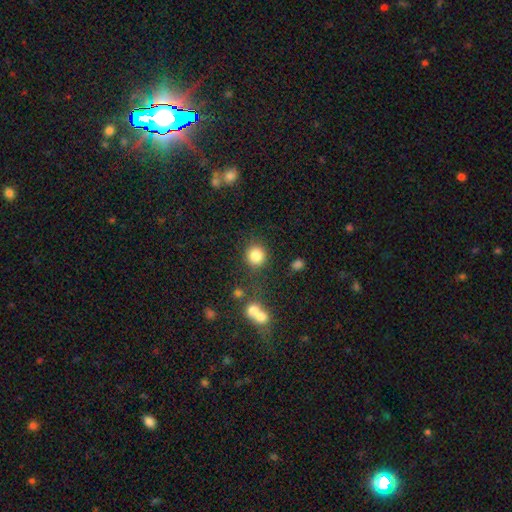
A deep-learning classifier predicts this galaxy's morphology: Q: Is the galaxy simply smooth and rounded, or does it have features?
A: smooth — 84%.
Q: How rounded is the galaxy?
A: round — 91%.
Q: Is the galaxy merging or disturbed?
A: none — 81%.